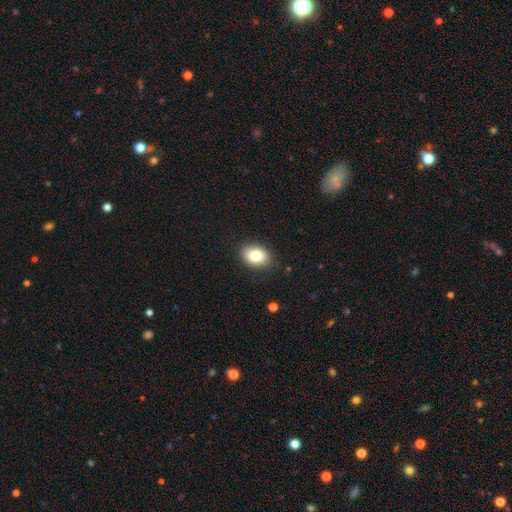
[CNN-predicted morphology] type=smooth (82%); roundness=in between (78%); merging=none (87%).